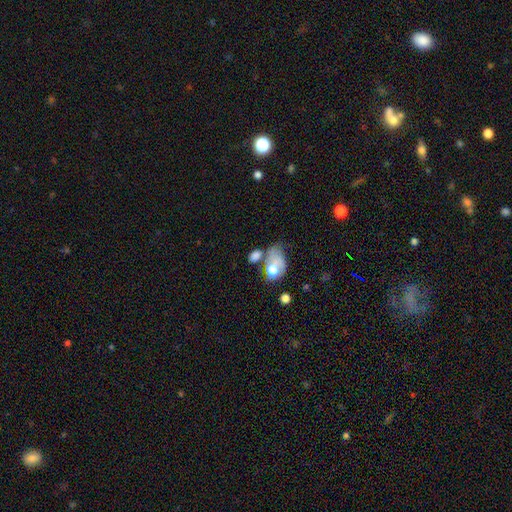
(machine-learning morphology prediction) Smooth or featured?
  - smooth: 68% *
  - featured or disk: 20%
  - star or artifact: 12%
How rounded?
  - in between: 74% *
  - round: 24%
  - cigar-shaped: 2%
Merging?
  - merger: 34% *
  - none: 29%
  - major disturbance: 20%
  - minor disturbance: 18%